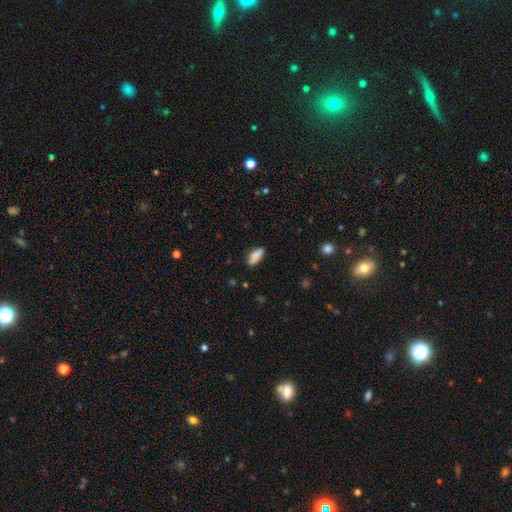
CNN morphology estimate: A smooth galaxy with no disk features (85%) that is in between round and cigar-shaped (81%). Merging: none (80%).